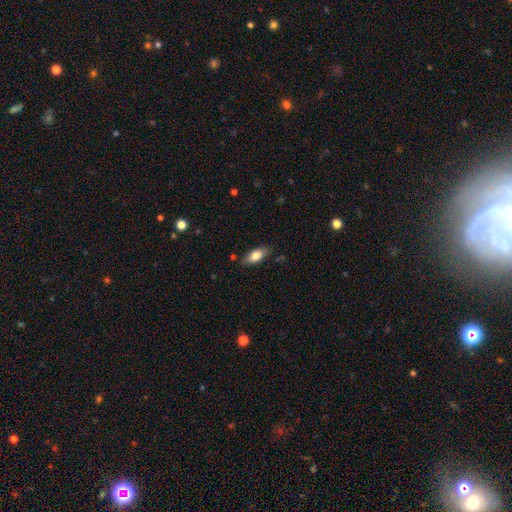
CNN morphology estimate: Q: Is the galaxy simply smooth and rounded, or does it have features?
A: smooth — 78%.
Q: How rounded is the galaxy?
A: in between — 85%.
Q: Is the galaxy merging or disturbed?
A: none — 80%.